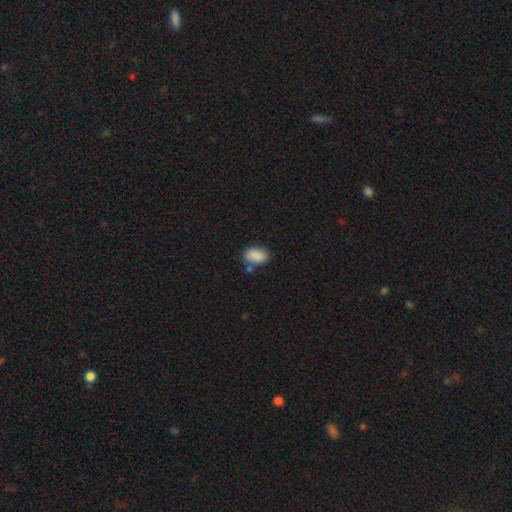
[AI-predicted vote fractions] Morphology: type=smooth (89%); roundness=in between (88%); merging=none (74%).